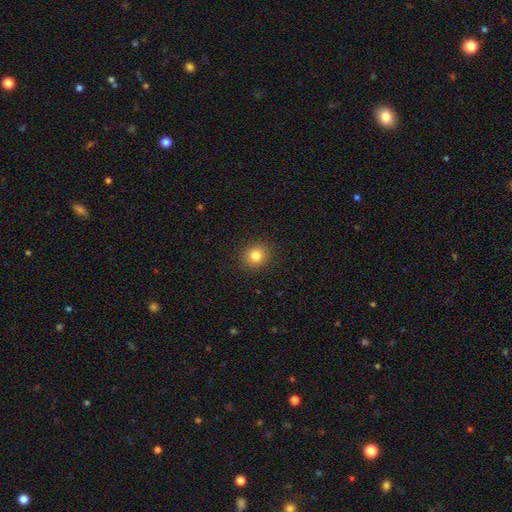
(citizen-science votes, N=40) Overall: smooth (85%). How rounded: round (94%). Merging: none (97%).